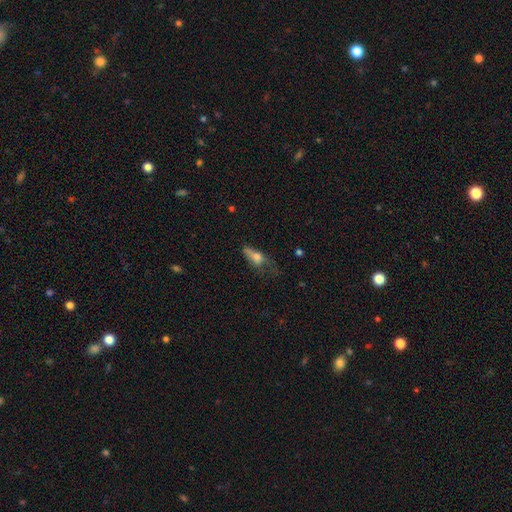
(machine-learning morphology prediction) Smooth or featured? smooth (59%)
How rounded? in between (63%)
Merging? major disturbance (44%)